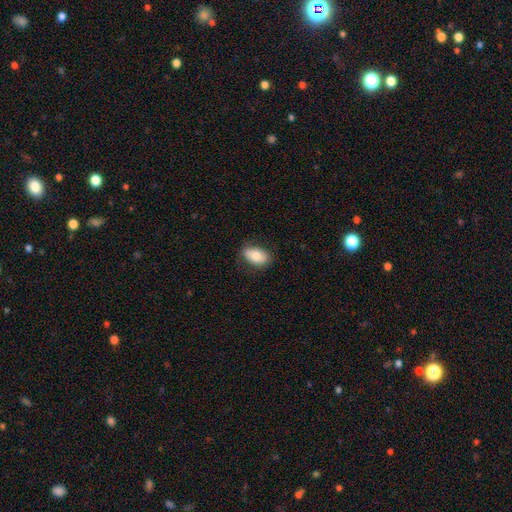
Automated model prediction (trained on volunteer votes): Overall: smooth (80%). How rounded: in between (91%). Merging: none (80%).